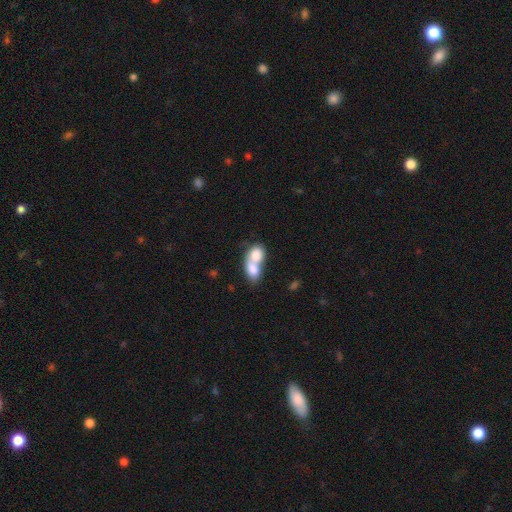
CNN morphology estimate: smooth-or-featured: smooth: 74% | featured or disk: 18% | star or artifact: 7%
  how-rounded: in between: 69% | round: 28% | cigar-shaped: 3%
  merging: merger: 78% | none: 14% | minor disturbance: 5% | major disturbance: 4%